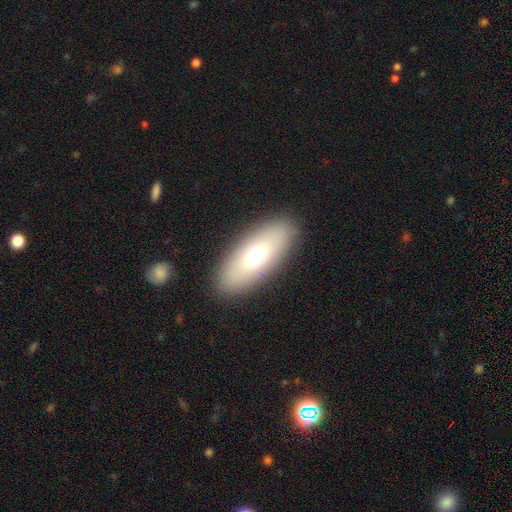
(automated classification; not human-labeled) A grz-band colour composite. It shows a smooth galaxy with no disk features (67%) that is in between round and cigar-shaped (82%). Merging: none (89%).